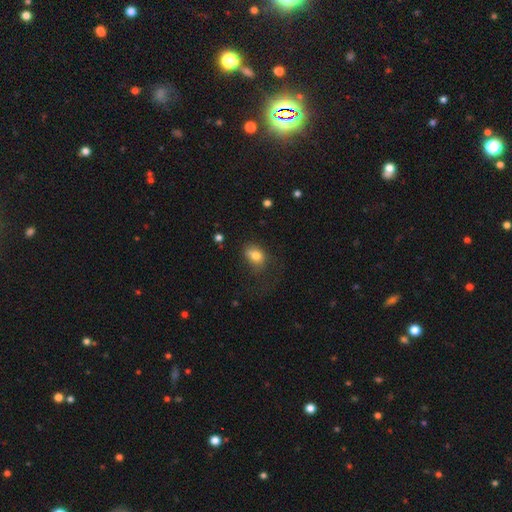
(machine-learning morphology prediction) Smooth or featured: smooth — 77% (featured or disk — 13%)
How rounded: in between — 73% (round — 25%)
Merging: none — 47% (minor disturbance — 27%)